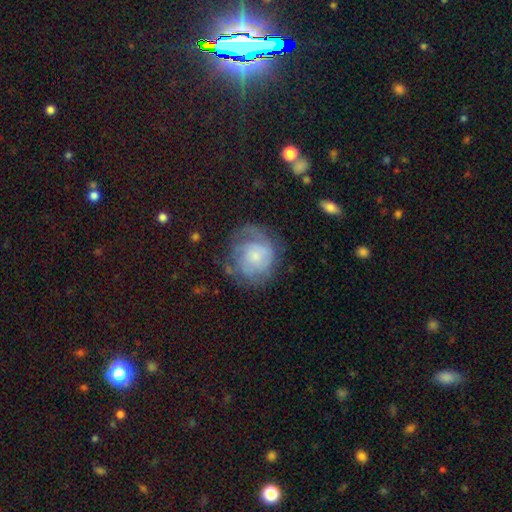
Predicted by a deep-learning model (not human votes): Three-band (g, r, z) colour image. It shows a featured or disk galaxy (51%). Merging: none (55%).